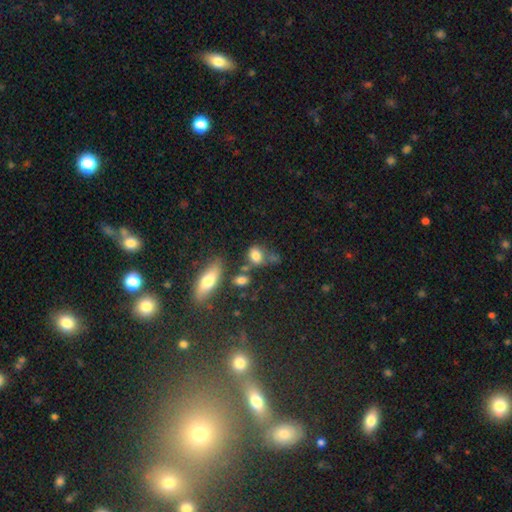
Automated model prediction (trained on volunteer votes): Morphology: type=smooth (79%); roundness=in between (65%); merging=none (52%).